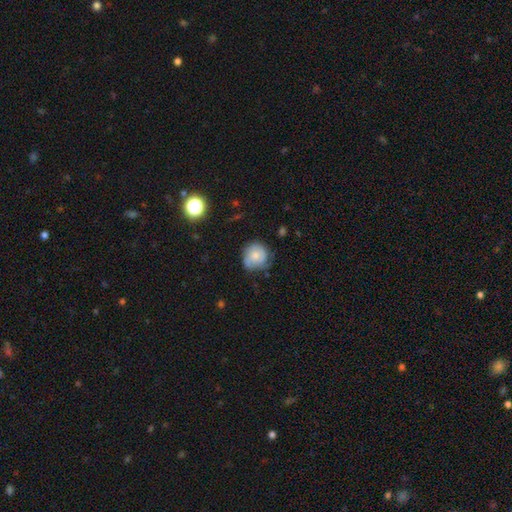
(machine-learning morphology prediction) A smooth galaxy with no disk features (49%).

Vote fractions:
- Smooth or featured? smooth: 49% / featured or disk: 43% / star or artifact: 8%
- Merging? none: 62% / minor disturbance: 28% / major disturbance: 9% / merger: 2%